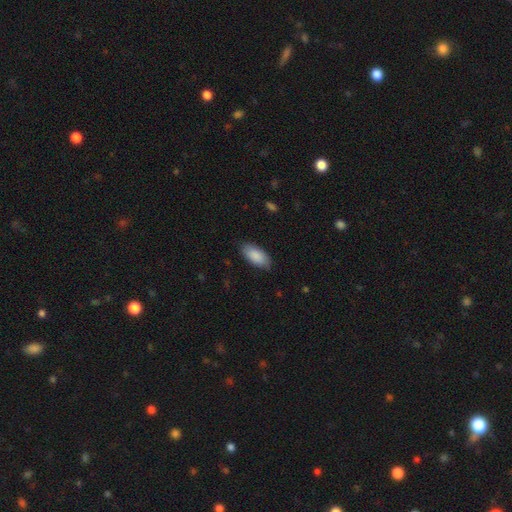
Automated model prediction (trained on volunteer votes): Morphology: type=smooth (88%); roundness=in between (92%); merging=none (84%).